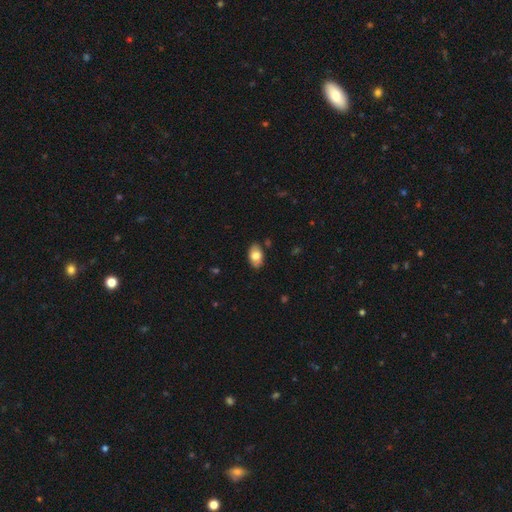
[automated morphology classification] Smooth or featured: smooth — 77% (featured or disk — 16%)
How rounded: in between — 92% (round — 6%)
Merging: none — 84% (minor disturbance — 12%)